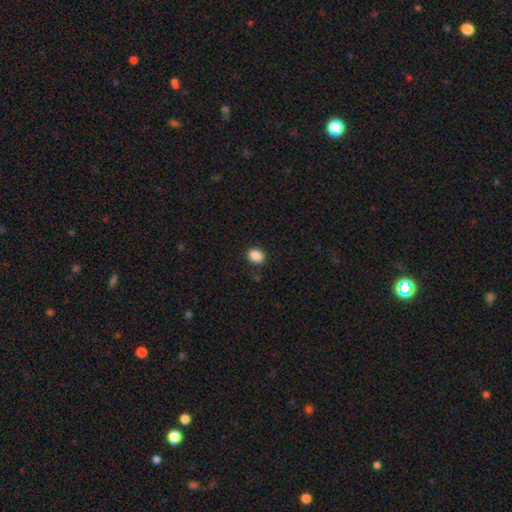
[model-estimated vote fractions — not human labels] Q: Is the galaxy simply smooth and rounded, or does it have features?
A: smooth — 88%.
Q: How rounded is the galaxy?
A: round — 51%.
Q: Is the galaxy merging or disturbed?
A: none — 88%.